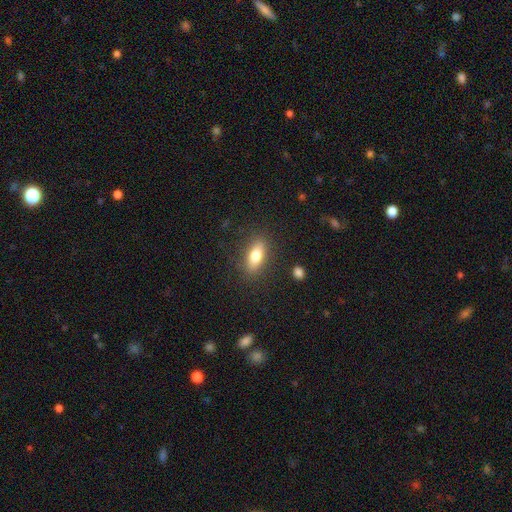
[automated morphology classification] This appears to be a smooth galaxy with no disk features (76%) that is in between round and cigar-shaped (75%). Merging: none (85%).